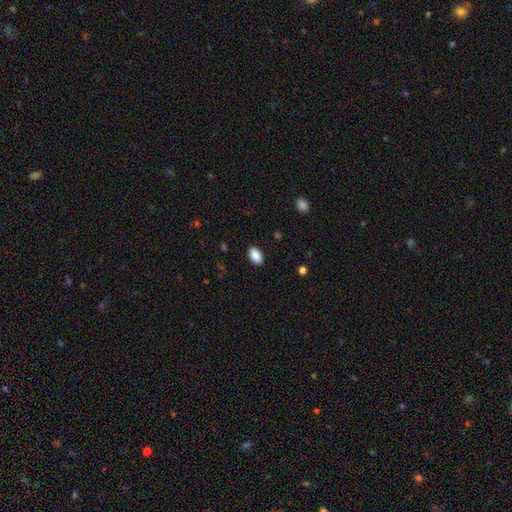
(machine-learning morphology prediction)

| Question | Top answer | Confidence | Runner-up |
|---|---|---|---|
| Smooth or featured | smooth | 89% | star or artifact (7%) |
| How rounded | in between | 92% | round (7%) |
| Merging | none | 89% | minor disturbance (8%) |